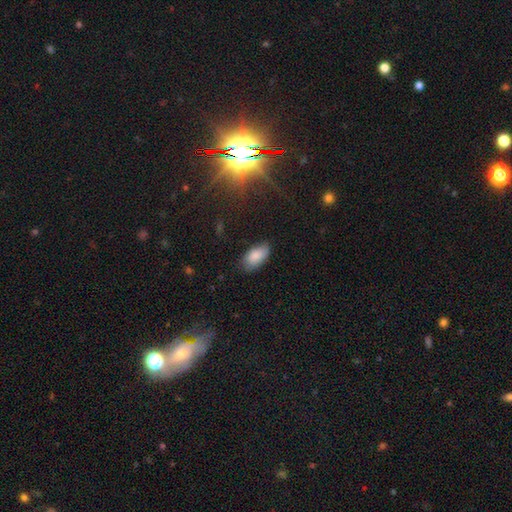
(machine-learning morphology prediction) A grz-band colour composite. It shows a smooth galaxy with no disk features (85%) that is in between round and cigar-shaped (94%). Merging: none (71%).